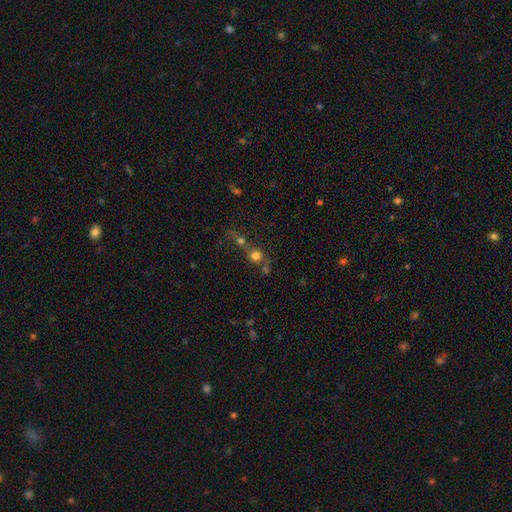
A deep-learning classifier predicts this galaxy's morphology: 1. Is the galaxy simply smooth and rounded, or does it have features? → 66% smooth, 19% star or artifact, 15% featured or disk.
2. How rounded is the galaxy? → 87% round, 12% in between, 2% cigar-shaped.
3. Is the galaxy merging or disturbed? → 50% merger, 37% none, 7% minor disturbance, 6% major disturbance.